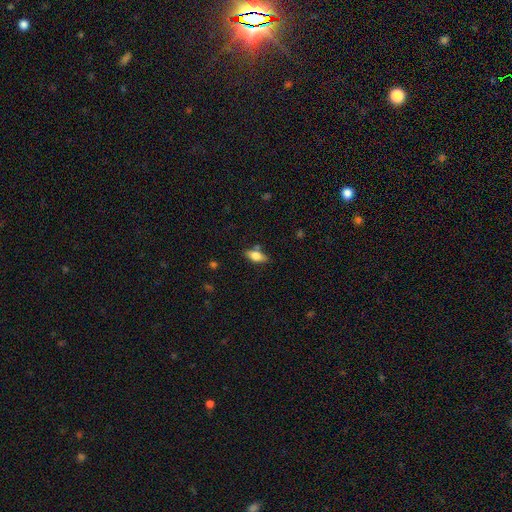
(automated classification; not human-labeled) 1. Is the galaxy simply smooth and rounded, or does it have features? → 69% smooth, 24% featured or disk, 8% star or artifact.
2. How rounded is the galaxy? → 81% in between, 15% cigar-shaped, 4% round.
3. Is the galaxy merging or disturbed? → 75% none, 16% minor disturbance, 6% merger, 4% major disturbance.